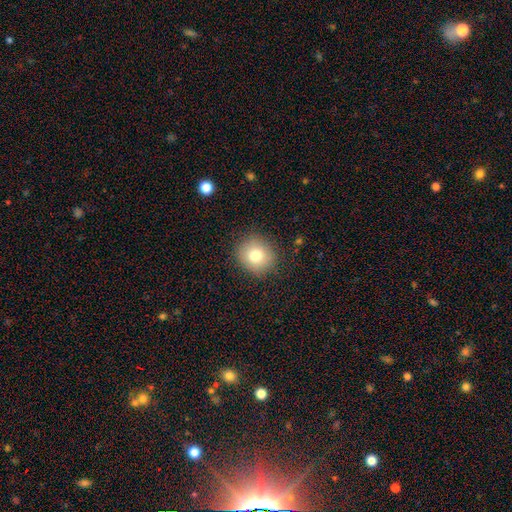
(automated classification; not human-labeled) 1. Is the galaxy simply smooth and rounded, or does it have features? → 77% smooth, 12% featured or disk, 11% star or artifact.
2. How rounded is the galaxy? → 87% round, 12% in between, 1% cigar-shaped.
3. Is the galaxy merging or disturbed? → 88% none, 8% minor disturbance, 3% major disturbance, 1% merger.